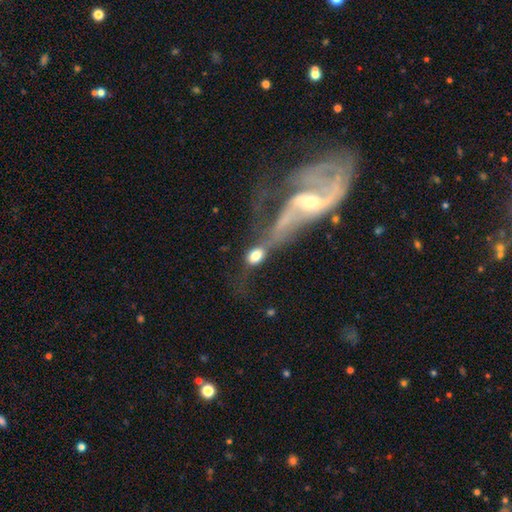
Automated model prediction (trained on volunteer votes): smooth 68%, featured or disk 24%, star or artifact 9%. Down the decision tree: how rounded — in between (75%); merging — merger (40%).